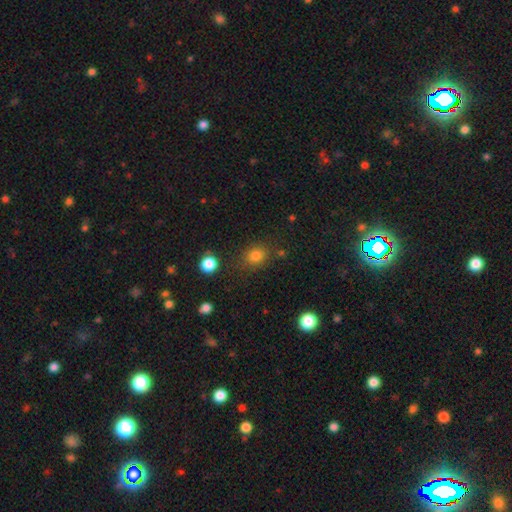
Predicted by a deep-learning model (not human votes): This is clearly a smooth galaxy (80%). How rounded: likely round (65%). Merging: likely none (78%).